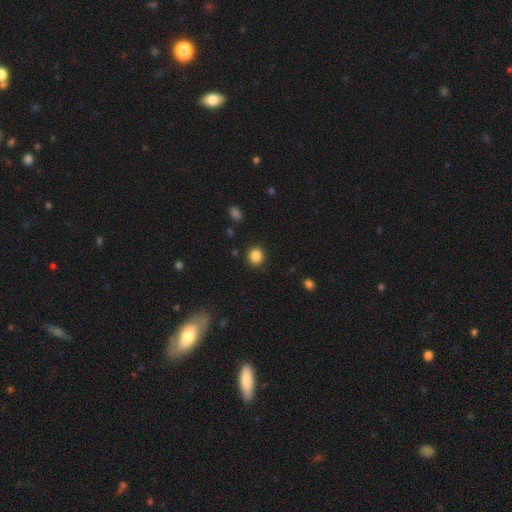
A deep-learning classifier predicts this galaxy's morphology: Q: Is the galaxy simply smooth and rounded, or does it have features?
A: smooth — 86%.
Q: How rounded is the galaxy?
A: round — 80%.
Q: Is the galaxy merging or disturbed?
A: none — 89%.